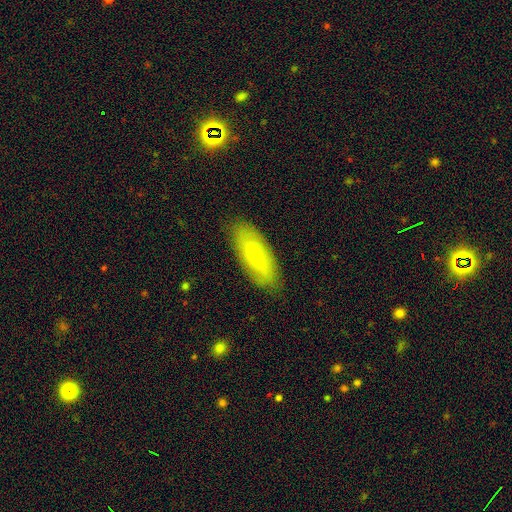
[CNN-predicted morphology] Smooth or featured? smooth (67%)
How rounded? in between (70%)
Merging? none (84%)